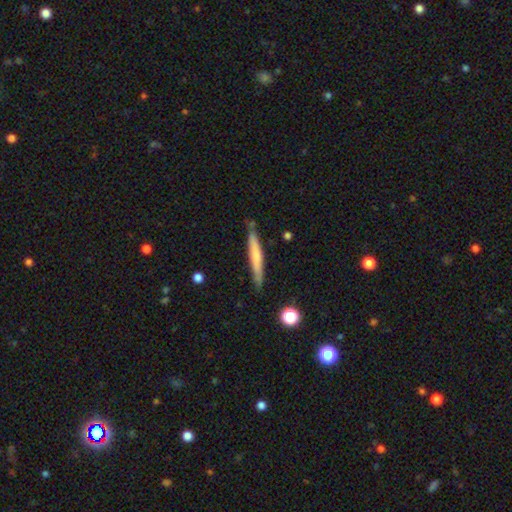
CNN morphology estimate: Smooth or featured?
  - smooth: 55% *
  - featured or disk: 39%
  - star or artifact: 6%
How rounded?
  - cigar-shaped: 95% *
  - in between: 4%
  - round: 1%
Merging?
  - none: 81% *
  - minor disturbance: 14%
  - merger: 3%
  - major disturbance: 2%